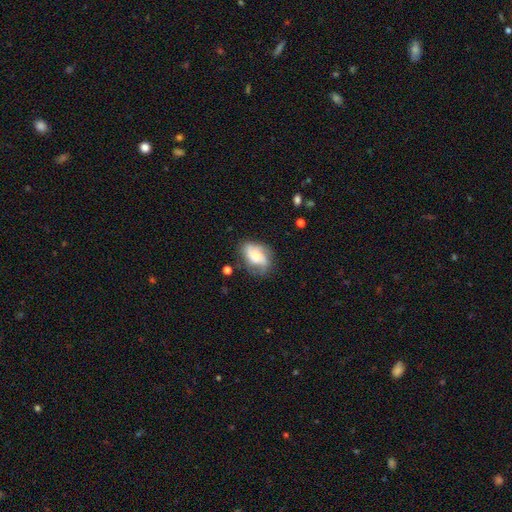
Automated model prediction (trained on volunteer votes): A featured or disk galaxy (50%). Merging: none (60%).